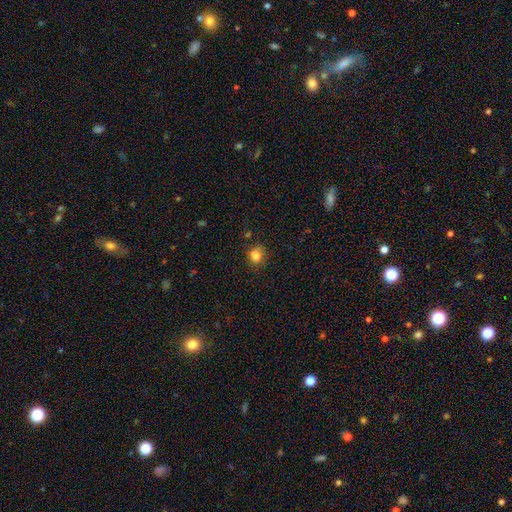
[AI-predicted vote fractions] Morphology: type=smooth (82%); roundness=round (66%); merging=none (67%).